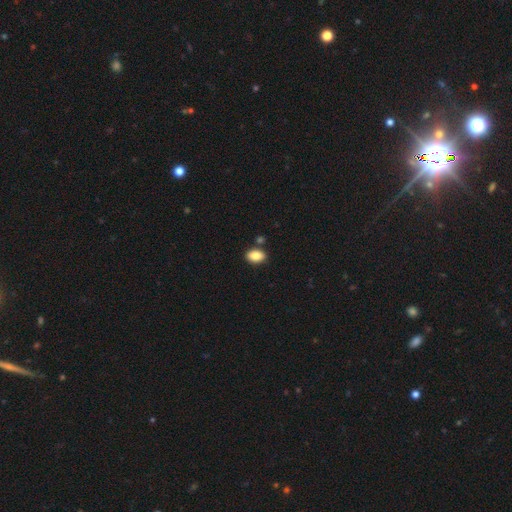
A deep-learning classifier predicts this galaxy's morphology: A smooth galaxy with no disk features (87%) that is in between round and cigar-shaped (86%). Merging: none (82%).